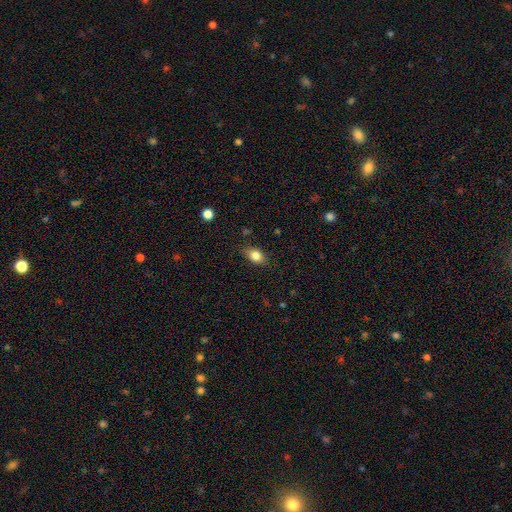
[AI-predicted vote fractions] The model was most divided on "how rounded": in between: 78%, round: 19%, cigar-shaped: 3%. More confident: smooth or featured — smooth (83%); merging — none (80%).